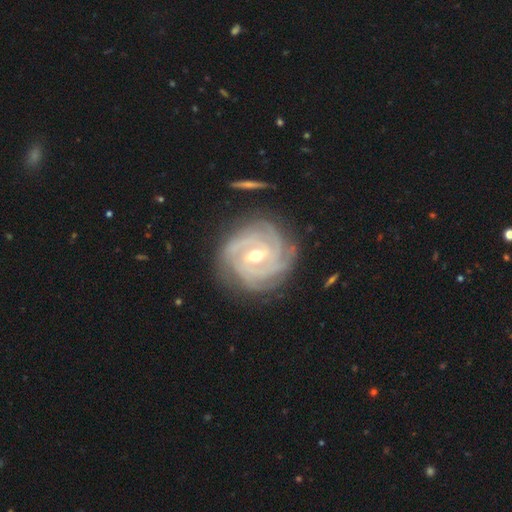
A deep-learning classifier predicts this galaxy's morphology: smooth_or_featured: featured or disk (p=0.91) [alt: star or artifact p=0.04]
disk_edge_on: no (p=0.97) [alt: yes p=0.03]
bar: weak (p=0.50) [alt: strong p=0.29]
has_spiral_arms: yes (p=0.98) [alt: no p=0.02]
spiral_winding: tight (p=0.80) [alt: medium p=0.17]
spiral_arm_count: 3 (p=0.29) [alt: 4 p=0.28]
bulge_size: moderate (p=0.65) [alt: small p=0.31]
merging: none (p=0.80) [alt: minor disturbance p=0.14]